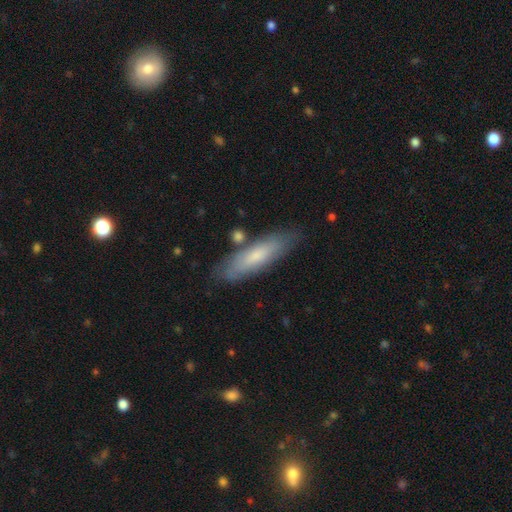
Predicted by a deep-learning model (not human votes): Smooth or featured?
  - smooth: 65% *
  - featured or disk: 29%
  - star or artifact: 6%
How rounded?
  - cigar-shaped: 65% *
  - in between: 34%
  - round: 2%
Merging?
  - none: 78% *
  - minor disturbance: 14%
  - merger: 4%
  - major disturbance: 3%